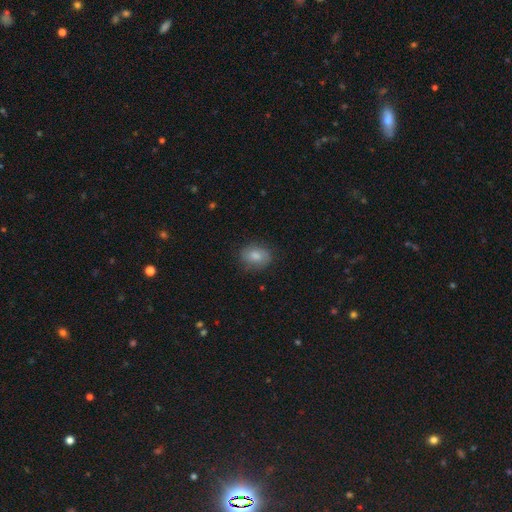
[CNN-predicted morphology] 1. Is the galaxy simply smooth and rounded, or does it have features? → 78% smooth, 14% featured or disk, 8% star or artifact.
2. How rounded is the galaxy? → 63% in between, 35% round, 1% cigar-shaped.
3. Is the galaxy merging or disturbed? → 77% none, 17% minor disturbance, 5% major disturbance, 1% merger.